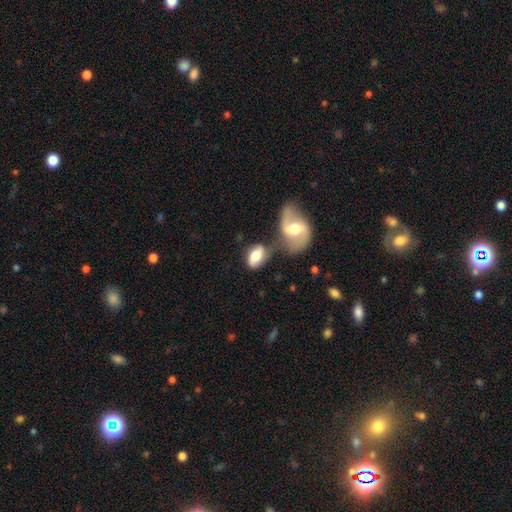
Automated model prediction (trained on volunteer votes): smooth 58%, featured or disk 35%, star or artifact 7%. Down the decision tree: how rounded — in between (87%); merging — none (38%).